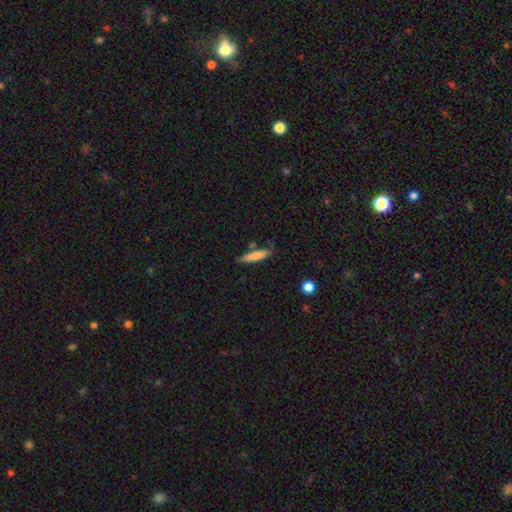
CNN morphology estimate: This appears to be a smooth galaxy with no disk features (76%) that is cigar-shaped (85%). Merging: none (74%).